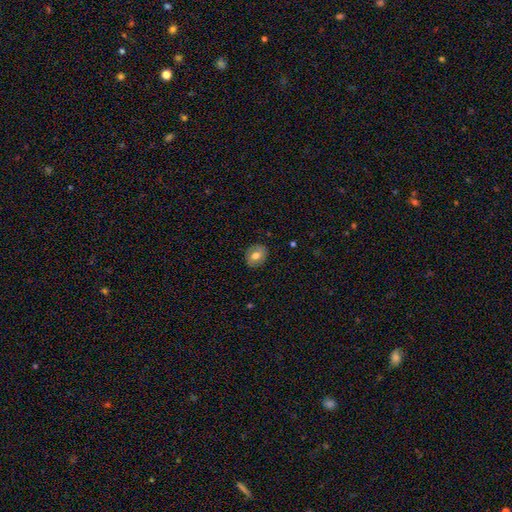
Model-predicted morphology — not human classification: smooth 68%, featured or disk 24%, star or artifact 8%. Down the decision tree: how rounded — round (58%); merging — none (85%).